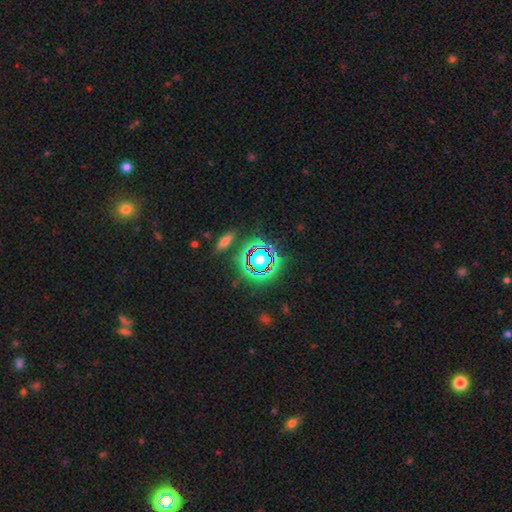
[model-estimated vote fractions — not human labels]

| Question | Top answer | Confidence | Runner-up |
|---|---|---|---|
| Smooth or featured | star or artifact | 59% | smooth (28%) |